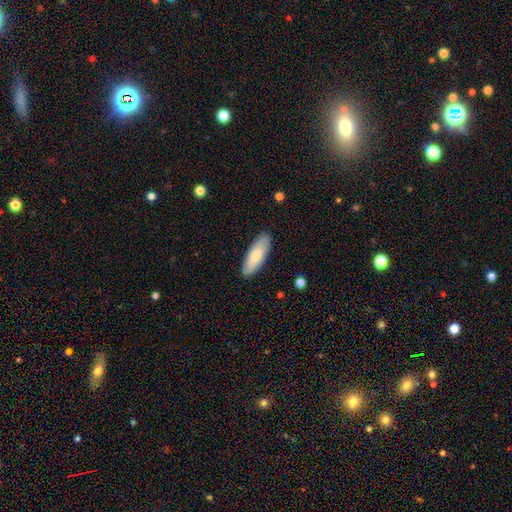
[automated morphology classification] Smooth or featured? Predicted: smooth (p=0.78). How rounded? Predicted: in between (p=0.66). Merging? Predicted: none (p=0.89).